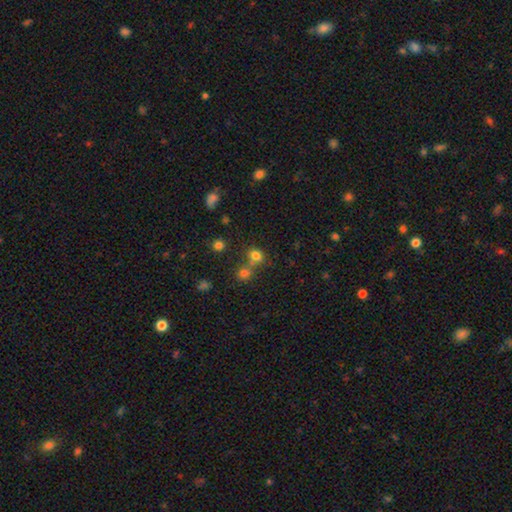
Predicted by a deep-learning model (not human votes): Smooth or featured: smooth — 76% (star or artifact — 17%)
How rounded: round — 66% (in between — 32%)
Merging: none — 52% (merger — 35%)